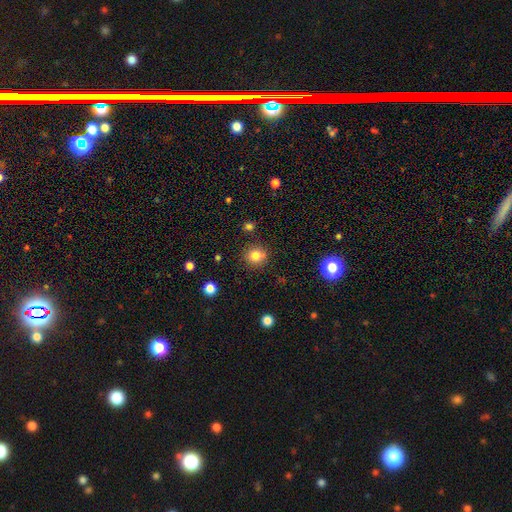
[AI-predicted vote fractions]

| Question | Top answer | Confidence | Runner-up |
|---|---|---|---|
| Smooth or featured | smooth | 81% | star or artifact (12%) |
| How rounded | round | 88% | in between (11%) |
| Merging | none | 85% | minor disturbance (9%) |